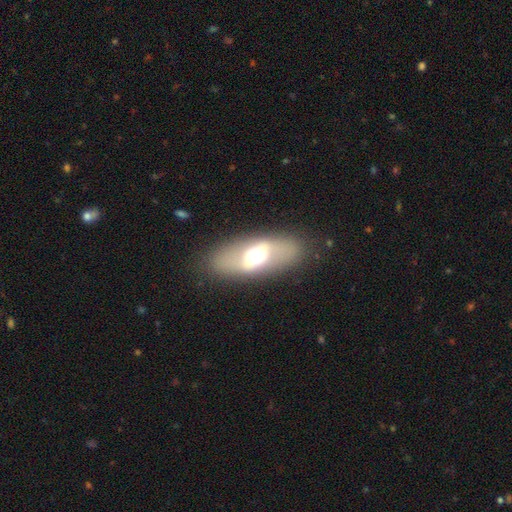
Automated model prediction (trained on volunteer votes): The model was most divided on "smooth or featured": smooth: 46%, featured or disk: 45%, star or artifact: 10%. More confident: merging — none (83%).